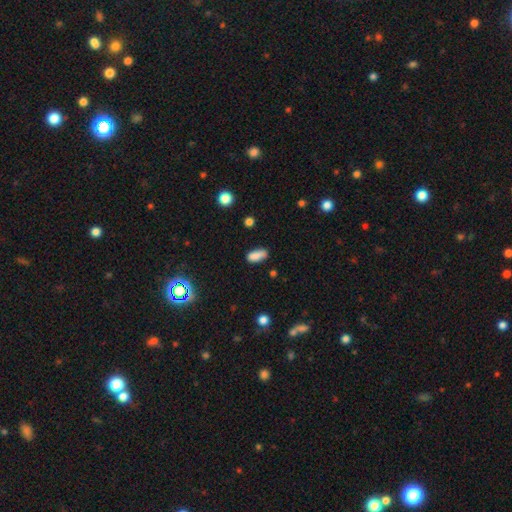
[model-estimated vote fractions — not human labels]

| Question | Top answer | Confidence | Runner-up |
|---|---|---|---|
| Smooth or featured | smooth | 84% | star or artifact (10%) |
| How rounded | in between | 81% | cigar-shaped (16%) |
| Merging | none | 68% | minor disturbance (24%) |